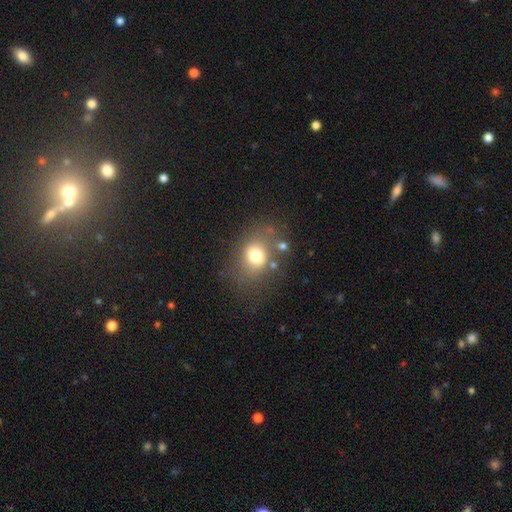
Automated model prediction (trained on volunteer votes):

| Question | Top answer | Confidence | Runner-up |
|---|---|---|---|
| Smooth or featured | smooth | 72% | featured or disk (15%) |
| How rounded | round | 54% | in between (45%) |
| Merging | none | 65% | minor disturbance (17%) |